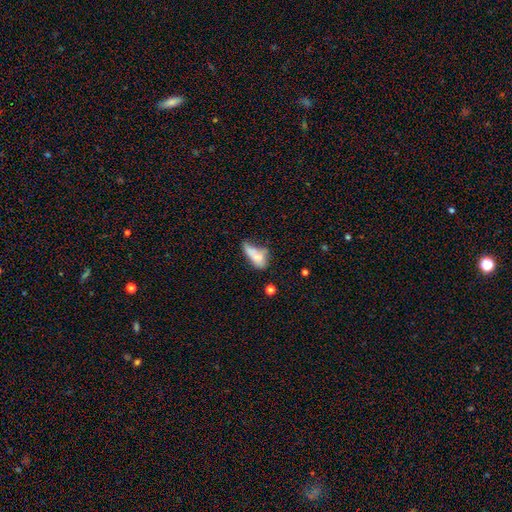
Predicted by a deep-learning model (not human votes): A smooth galaxy with no disk features (64%) that is in between round and cigar-shaped (72%). Merging: merger (28%).